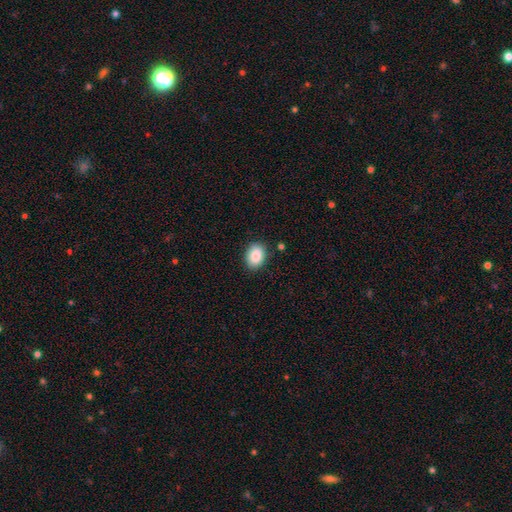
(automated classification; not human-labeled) Smooth or featured? smooth (88%)
How rounded? in between (73%)
Merging? none (86%)